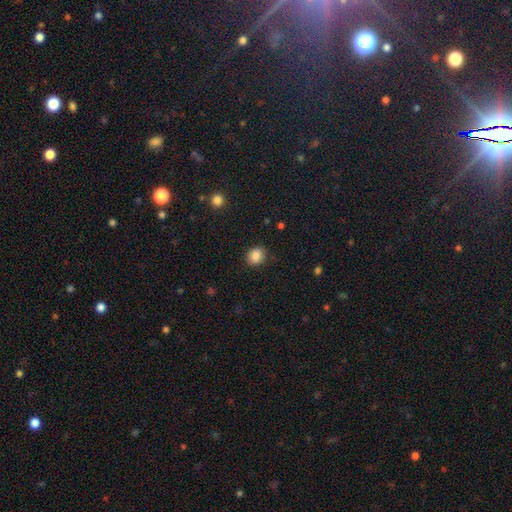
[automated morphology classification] smooth-or-featured: smooth: 85% | star or artifact: 10% | featured or disk: 5%
  how-rounded: round: 68% | in between: 31% | cigar-shaped: 1%
  merging: none: 88% | minor disturbance: 9% | major disturbance: 2% | merger: 1%